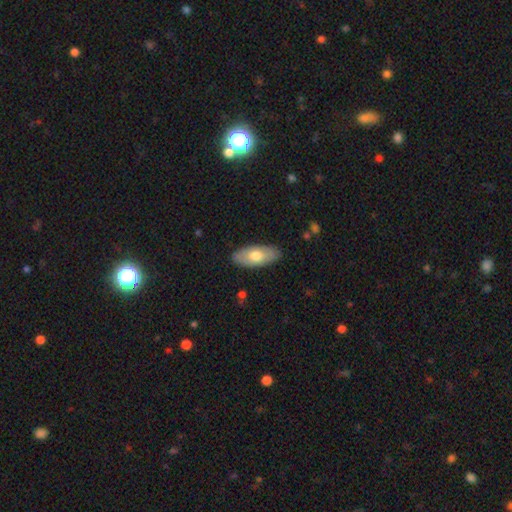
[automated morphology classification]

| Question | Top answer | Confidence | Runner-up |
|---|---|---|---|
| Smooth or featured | smooth | 67% | featured or disk (28%) |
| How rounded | in between | 90% | cigar-shaped (8%) |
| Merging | none | 86% | minor disturbance (11%) |